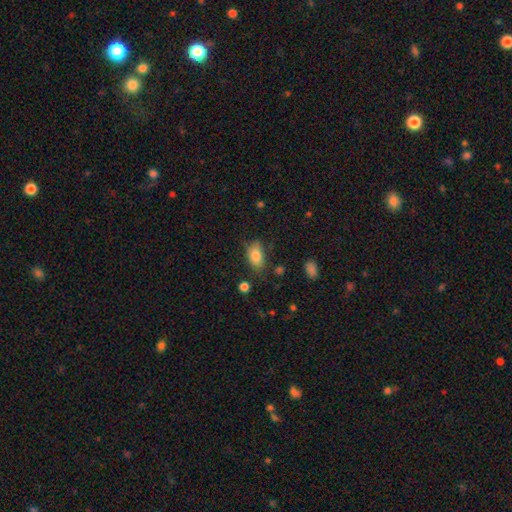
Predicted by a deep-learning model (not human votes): Q: Smooth or featured?
A: smooth (83%); runner-up: featured or disk (9%)
Q: How rounded?
A: in between (89%); runner-up: round (9%)
Q: Merging?
A: none (72%); runner-up: minor disturbance (20%)